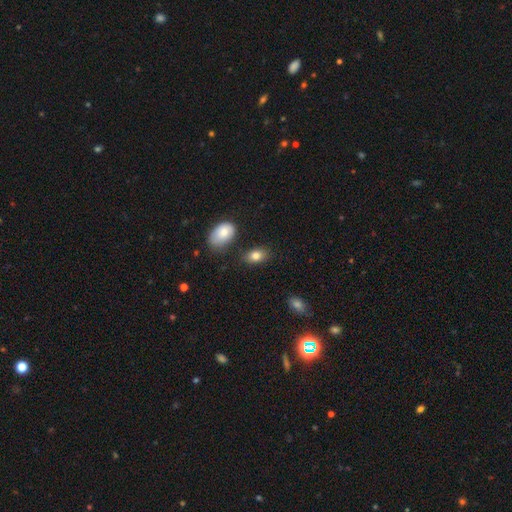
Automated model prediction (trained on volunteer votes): Smooth or featured? Predicted: smooth (p=0.82). How rounded? Predicted: in between (p=0.89). Merging? Predicted: none (p=0.78).